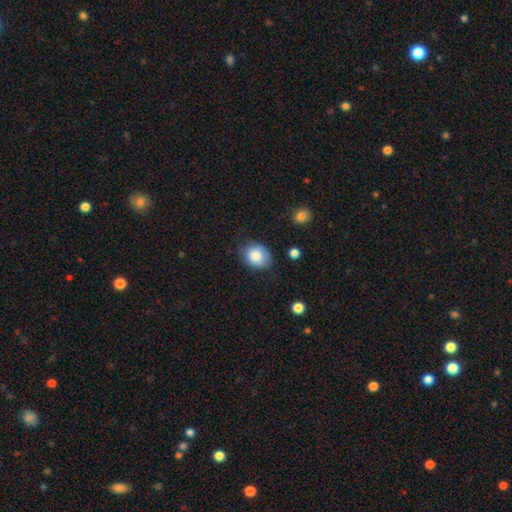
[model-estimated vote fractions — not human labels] Q: Smooth or featured?
A: smooth (84%); runner-up: featured or disk (8%)
Q: How rounded?
A: round (50%); runner-up: in between (49%)
Q: Merging?
A: none (70%); runner-up: minor disturbance (23%)